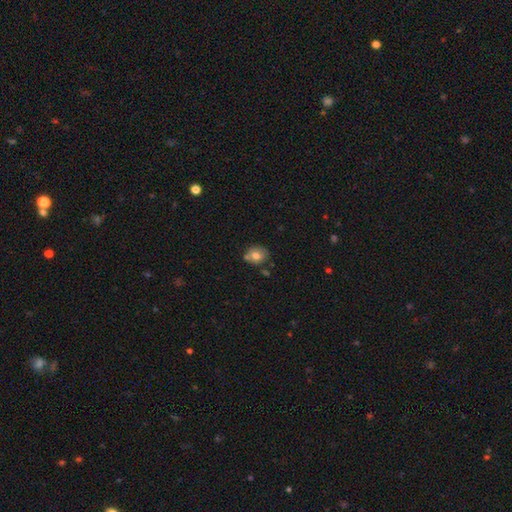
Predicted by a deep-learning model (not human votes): A smooth galaxy with no disk features (70%) that is round (57%). Merging: none (59%).